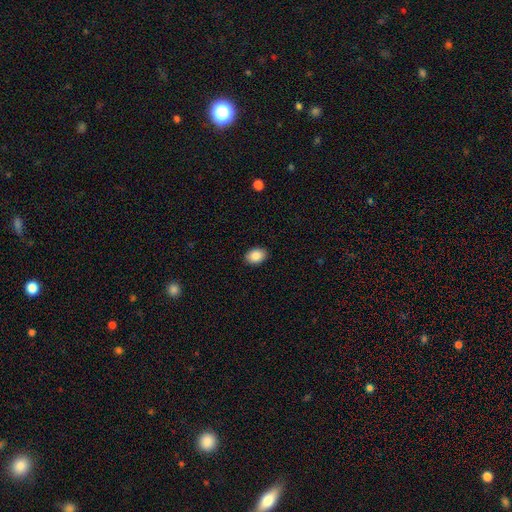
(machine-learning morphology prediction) Smooth or featured? smooth (87%)
How rounded? in between (78%)
Merging? none (90%)